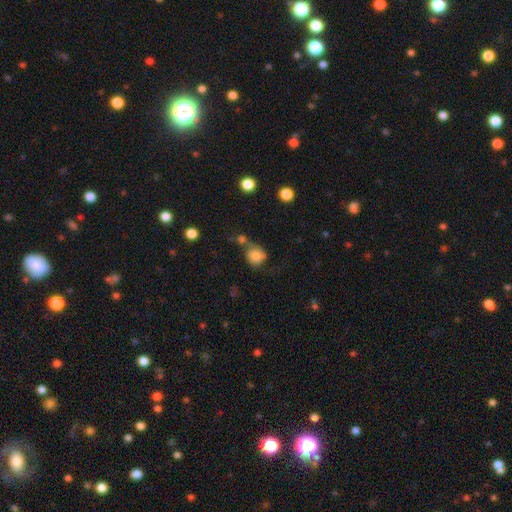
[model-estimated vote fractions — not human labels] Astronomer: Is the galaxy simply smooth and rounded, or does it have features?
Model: smooth — 74%.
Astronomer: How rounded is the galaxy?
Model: round — 78%.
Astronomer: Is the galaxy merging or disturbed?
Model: none — 39% (runner-up: merger, 29%).